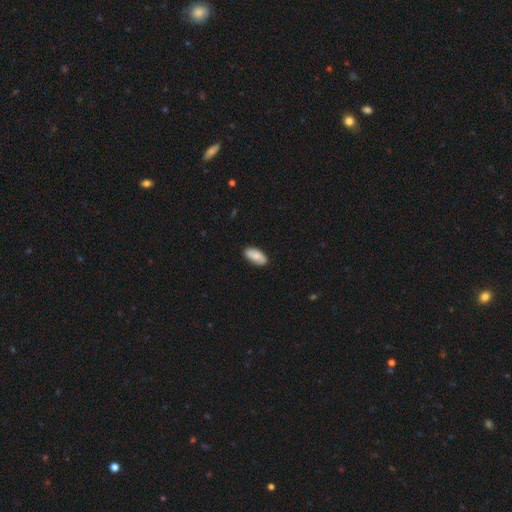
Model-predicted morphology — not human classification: smooth_or_featured: smooth (p=0.75) [alt: featured or disk p=0.19]
how_rounded: in between (p=0.92) [alt: cigar-shaped p=0.05]
merging: none (p=0.84) [alt: minor disturbance p=0.13]